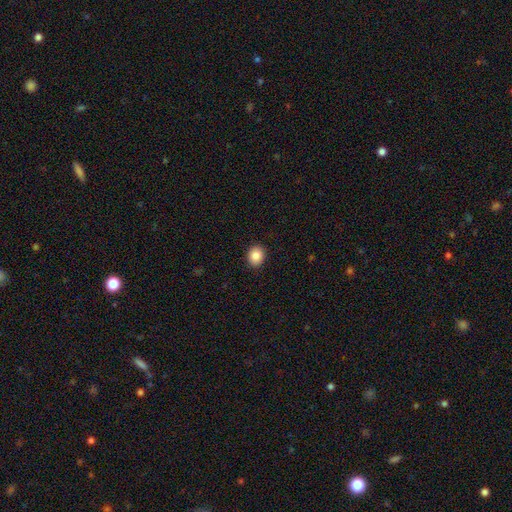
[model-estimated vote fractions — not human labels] smooth_or_featured: smooth (p=0.87) [alt: star or artifact p=0.08]
how_rounded: round (p=0.58) [alt: in between p=0.41]
merging: none (p=0.91) [alt: minor disturbance p=0.06]